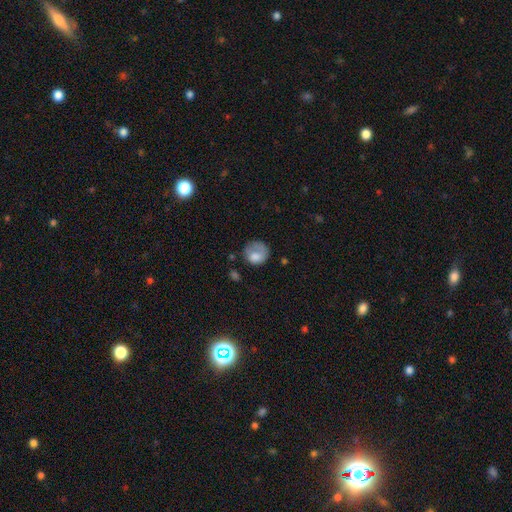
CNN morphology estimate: Smooth or featured?
  - smooth: 72% *
  - featured or disk: 19%
  - star or artifact: 8%
How rounded?
  - round: 77% *
  - in between: 22%
  - cigar-shaped: 1%
Merging?
  - none: 44% *
  - minor disturbance: 27%
  - major disturbance: 25%
  - merger: 4%